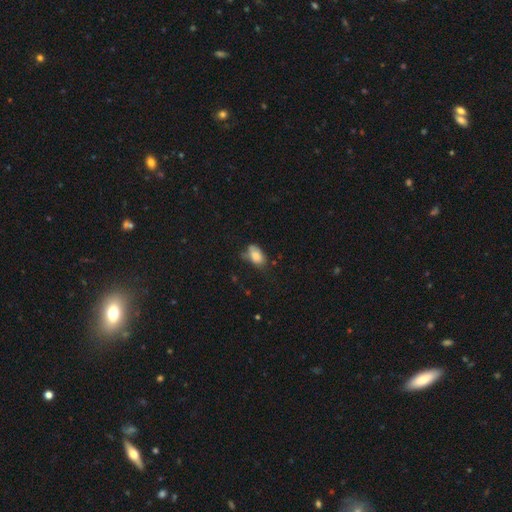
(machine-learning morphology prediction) This is likely a smooth galaxy (77%). How rounded: clearly in between (88%). Merging: marginally none (44%).